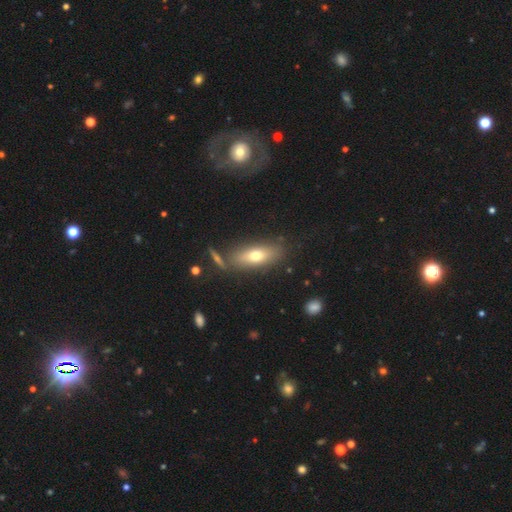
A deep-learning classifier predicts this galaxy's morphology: Smooth or featured?
  - smooth: 66% *
  - featured or disk: 26%
  - star or artifact: 8%
How rounded?
  - in between: 69% *
  - cigar-shaped: 26%
  - round: 4%
Merging?
  - none: 76% *
  - minor disturbance: 12%
  - merger: 8%
  - major disturbance: 4%